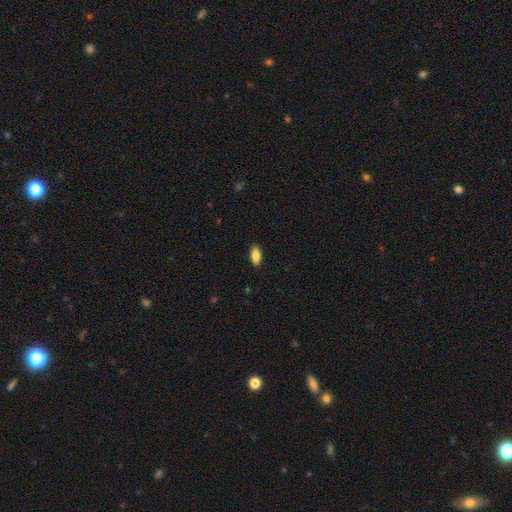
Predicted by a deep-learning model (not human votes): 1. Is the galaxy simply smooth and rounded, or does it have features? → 85% smooth, 8% featured or disk, 7% star or artifact.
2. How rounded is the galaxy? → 87% in between, 10% cigar-shaped, 2% round.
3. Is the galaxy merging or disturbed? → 89% none, 8% minor disturbance, 2% major disturbance, 1% merger.